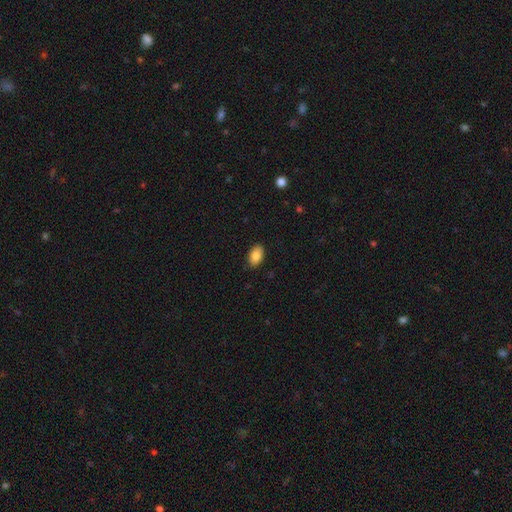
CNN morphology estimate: type=smooth (86%); roundness=in between (92%); merging=none (87%).